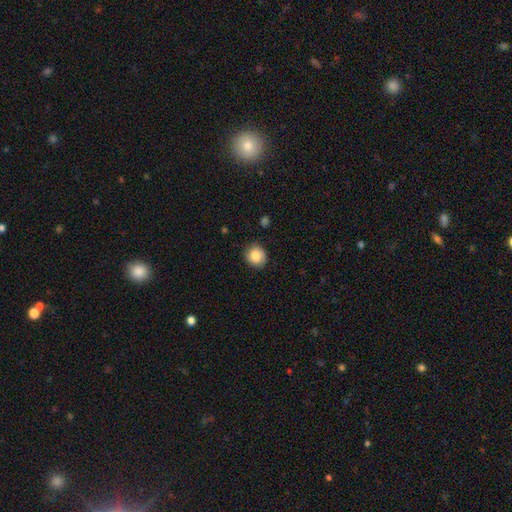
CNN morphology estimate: Smooth or featured? smooth (84%)
How rounded? round (81%)
Merging? none (82%)